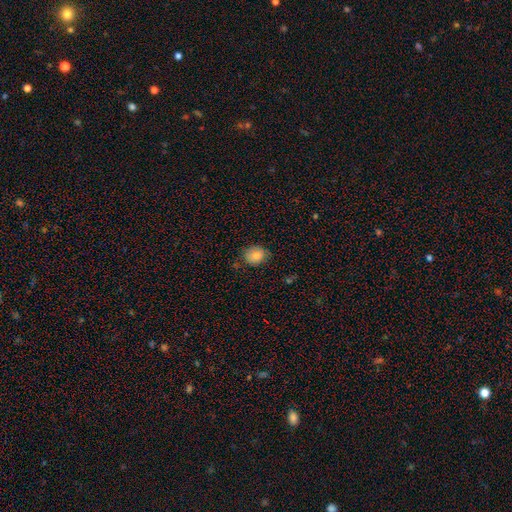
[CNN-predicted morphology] Overall: smooth (83%). How rounded: round (65%; in between 34%). Merging: none (76%).